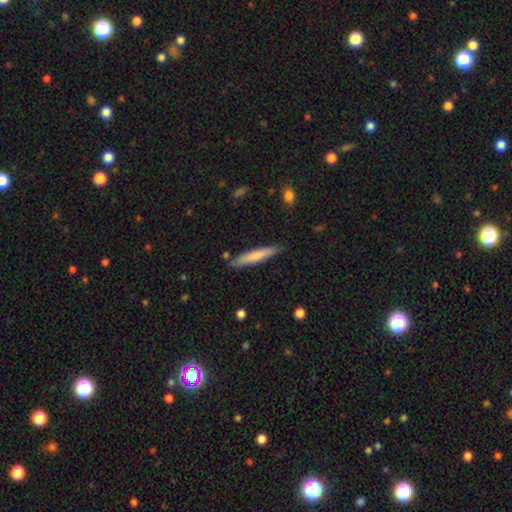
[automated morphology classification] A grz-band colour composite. It shows a smooth galaxy with no disk features (72%) that is cigar-shaped (92%). Merging: none (86%).